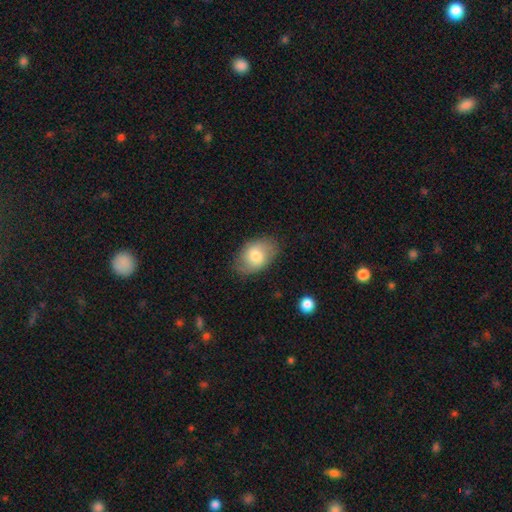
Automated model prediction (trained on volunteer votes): Smooth or featured? Predicted: smooth (p=0.71). How rounded? Predicted: in between (p=0.85). Merging? Predicted: none (p=0.77).